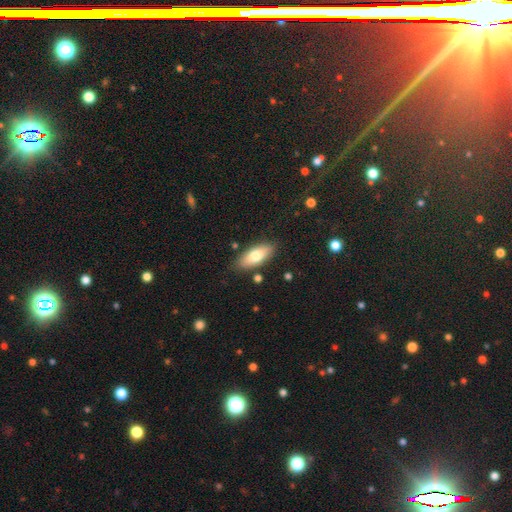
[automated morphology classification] Smooth or featured?
  - smooth: 74% *
  - featured or disk: 19%
  - star or artifact: 6%
How rounded?
  - in between: 79% *
  - cigar-shaped: 18%
  - round: 2%
Merging?
  - none: 84% *
  - minor disturbance: 11%
  - merger: 3%
  - major disturbance: 2%